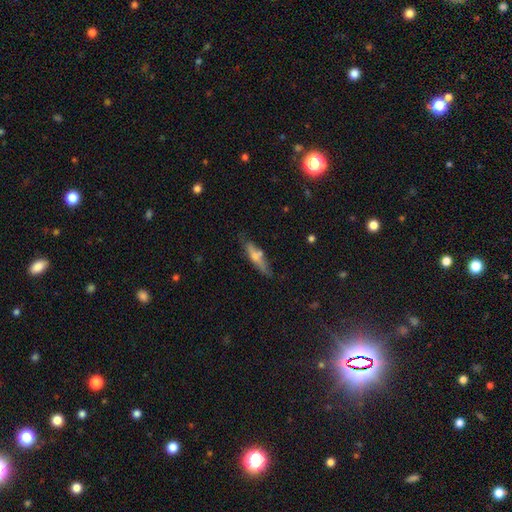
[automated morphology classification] This appears to be a smooth galaxy with no disk features (54%) that is cigar-shaped (75%). Merging: none (69%).